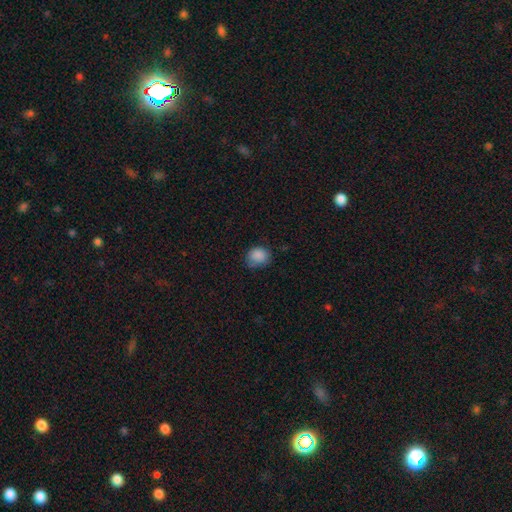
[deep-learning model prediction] Morphology: type=smooth (87%); roundness=round (63%); merging=none (69%).